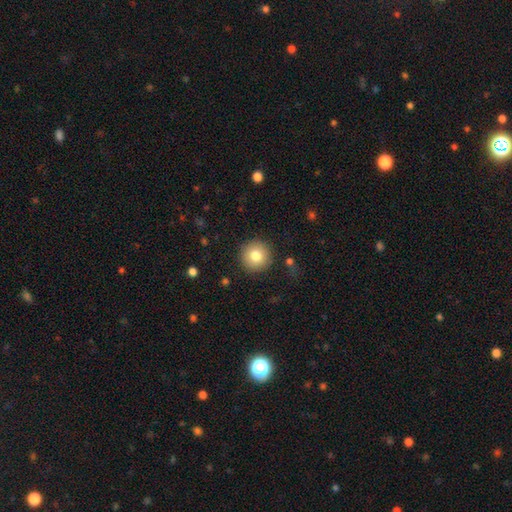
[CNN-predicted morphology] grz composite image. It shows a smooth galaxy with no disk features (79%) that is round (96%). Merging: none (90%).